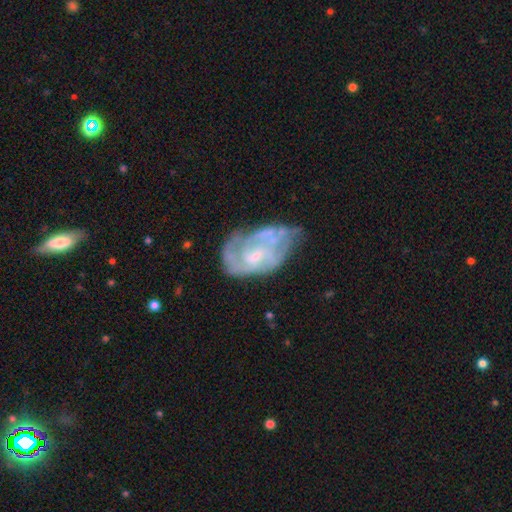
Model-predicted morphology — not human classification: smooth-or-featured: featured or disk: 76% | smooth: 17% | star or artifact: 7%
  disk-edge-on: no: 97% | yes: 3%
    bar: no: 58% | weak: 36% | strong: 6%
    has-spiral-arms: yes: 75% | no: 25%
      spiral-winding: tight: 50% | medium: 37% | loose: 13%
      spiral-arm-count: can't tell: 47% | 2: 24% | 3: 14% | 4: 6% | 1: 5% | more than 4: 3%
    bulge-size: small: 59% | moderate: 30% | none: 8% | large: 2% | dominant: 1%
  merging: none: 43% | minor disturbance: 33% | major disturbance: 20% | merger: 4%